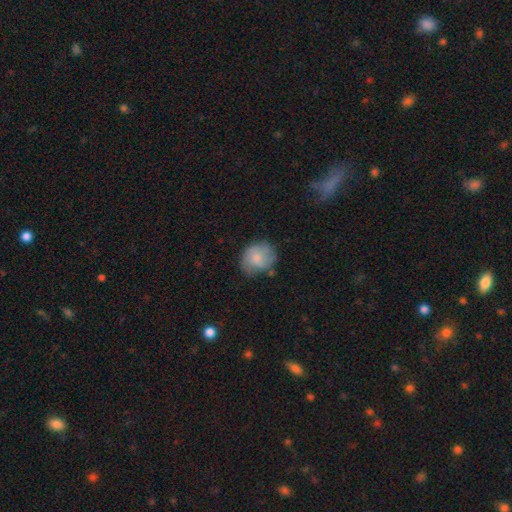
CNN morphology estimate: Smooth or featured? smooth (59%)
How rounded? round (67%)
Merging? none (61%)